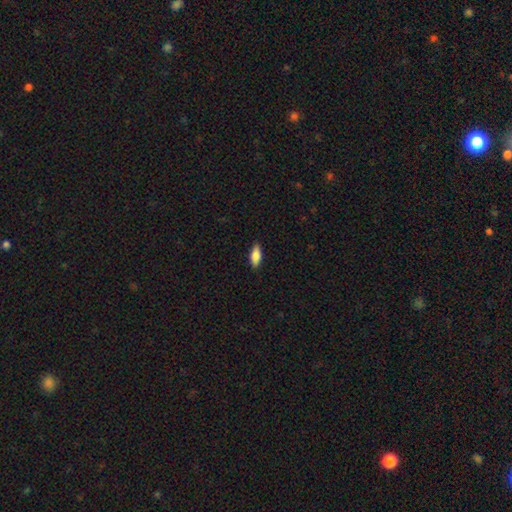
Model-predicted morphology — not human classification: type=smooth (84%); roundness=in between (79%); merging=none (88%).